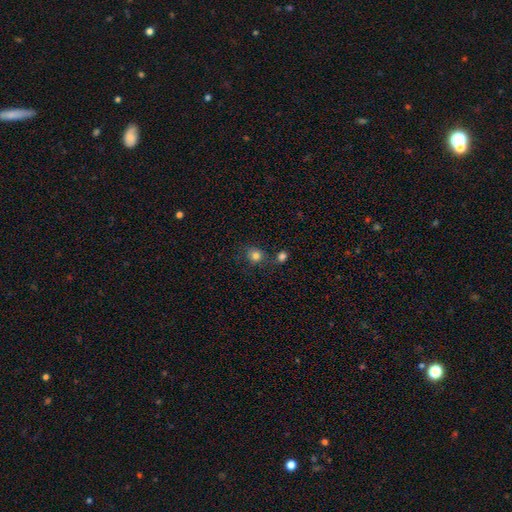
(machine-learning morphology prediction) Overall: smooth (81%). How rounded: round (83%). Merging: none (68%).